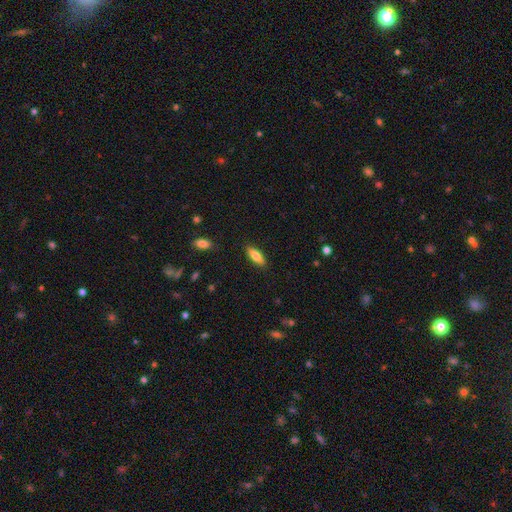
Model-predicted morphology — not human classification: Smooth or featured? smooth (74%)
How rounded? in between (56%)
Merging? none (88%)